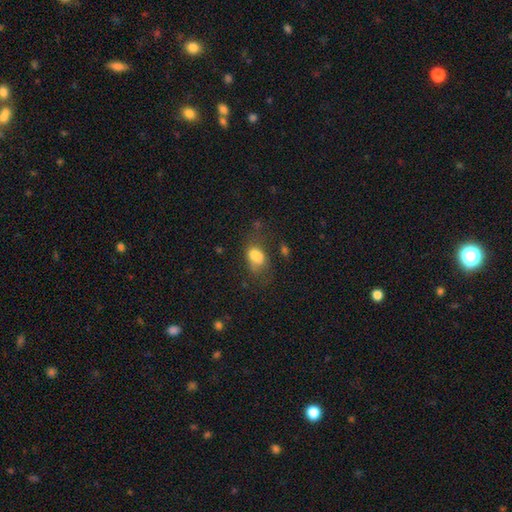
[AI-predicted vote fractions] Q: Smooth or featured?
A: smooth (76%); runner-up: featured or disk (14%)
Q: How rounded?
A: in between (79%); runner-up: round (18%)
Q: Merging?
A: none (36%); runner-up: minor disturbance (28%)